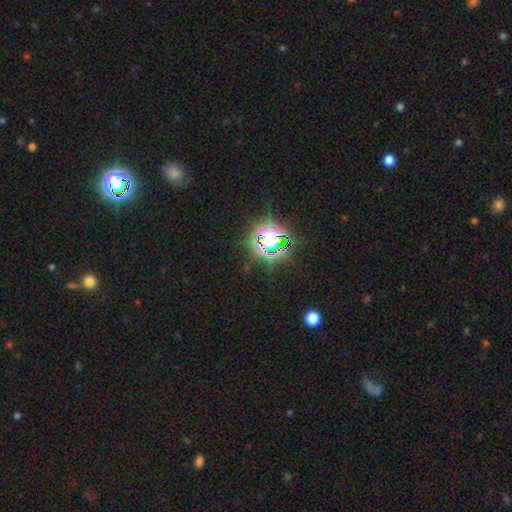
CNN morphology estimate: smooth-or-featured: star or artifact: 78% | smooth: 14% | featured or disk: 8%